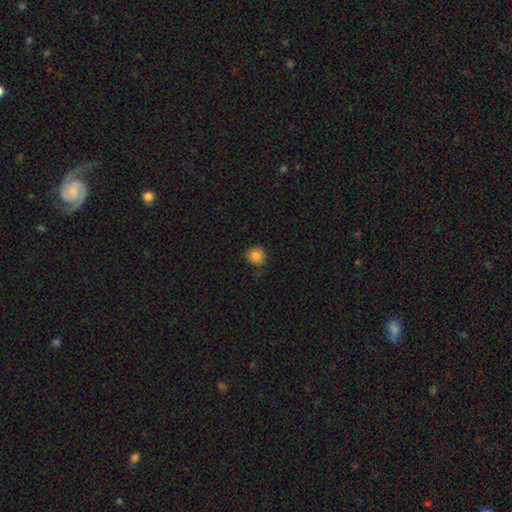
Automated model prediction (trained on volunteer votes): This appears to be a smooth galaxy with no disk features (84%) that is round (89%). Merging: none (74%).